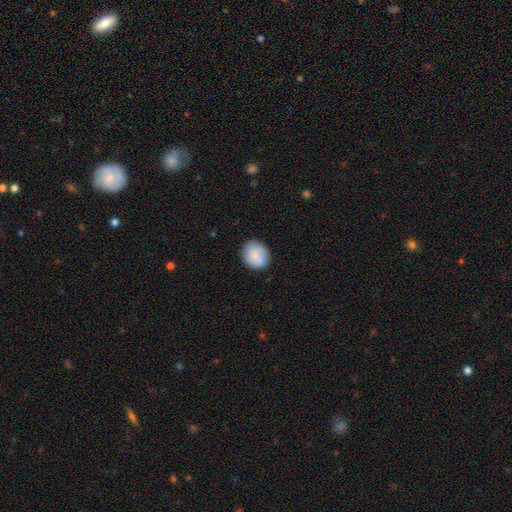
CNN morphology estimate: Q: Smooth or featured?
A: smooth (80%); runner-up: featured or disk (13%)
Q: How rounded?
A: round (68%); runner-up: in between (31%)
Q: Merging?
A: none (79%); runner-up: minor disturbance (16%)